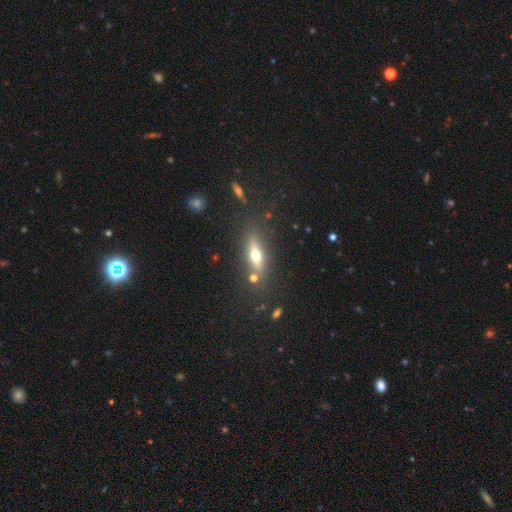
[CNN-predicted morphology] featured or disk 46%, smooth 44%, star or artifact 10%. Down the decision tree: merging — none (78%).